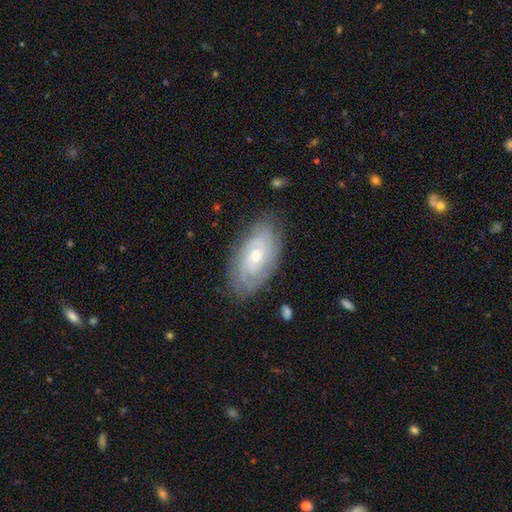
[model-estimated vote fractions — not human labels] smooth_or_featured: featured or disk (p=0.80) [alt: smooth p=0.14]
disk_edge_on: no (p=0.94) [alt: yes p=0.06]
bar: no (p=0.65) [alt: weak p=0.30]
has_spiral_arms: yes (p=0.95) [alt: no p=0.05]
spiral_winding: tight (p=0.72) [alt: medium p=0.23]
spiral_arm_count: can't tell (p=0.37) [alt: 2 p=0.22]
bulge_size: small (p=0.48) [tied with: moderate p=0.48]
merging: none (p=0.81) [alt: minor disturbance p=0.14]